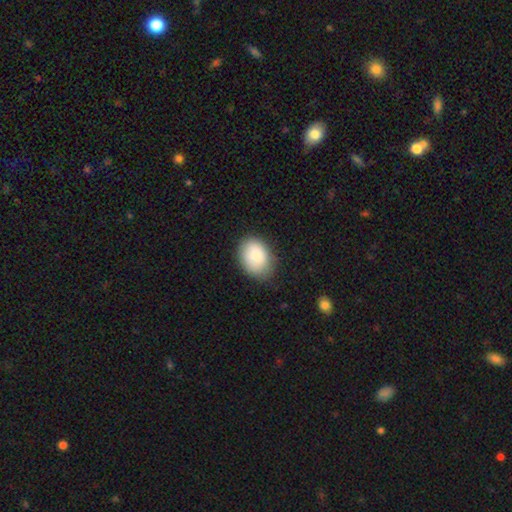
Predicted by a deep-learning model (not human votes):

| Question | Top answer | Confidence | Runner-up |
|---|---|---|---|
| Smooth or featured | smooth | 84% | featured or disk (9%) |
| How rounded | in between | 73% | round (26%) |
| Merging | none | 76% | minor disturbance (18%) |